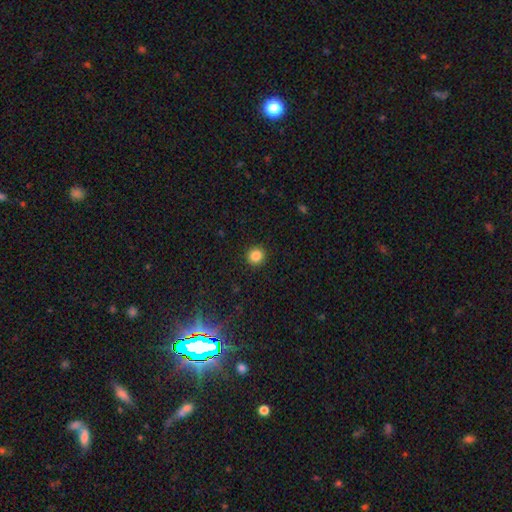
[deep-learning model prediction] This appears to be a smooth galaxy with no disk features (85%) that is round (92%). Merging: none (92%).